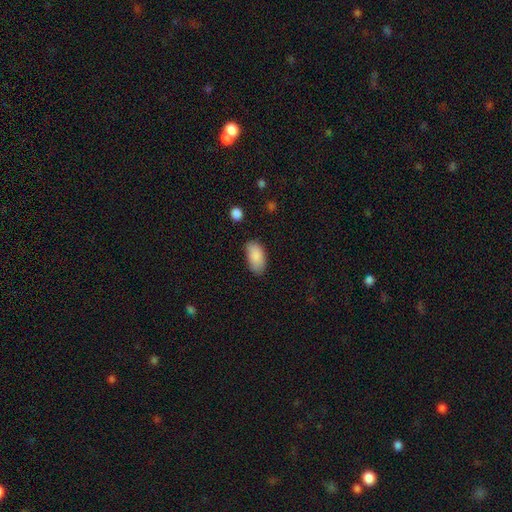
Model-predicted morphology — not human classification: smooth_or_featured: smooth (p=0.88) [alt: star or artifact p=0.07]
how_rounded: in between (p=0.94) [alt: cigar-shaped p=0.04]
merging: none (p=0.77) [alt: minor disturbance p=0.18]